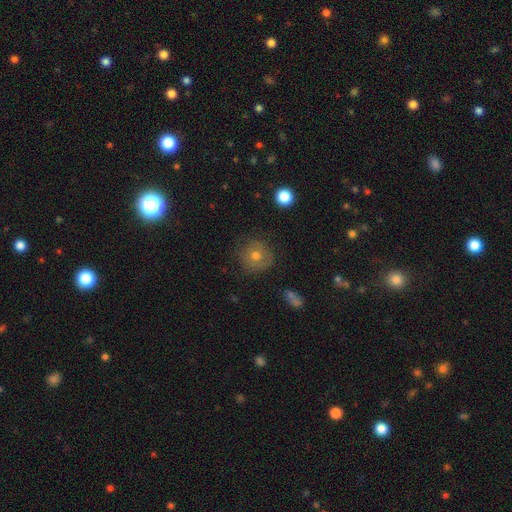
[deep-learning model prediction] smooth 63%, featured or disk 21%, star or artifact 15%. Down the decision tree: how rounded — round (93%); merging — none (82%).